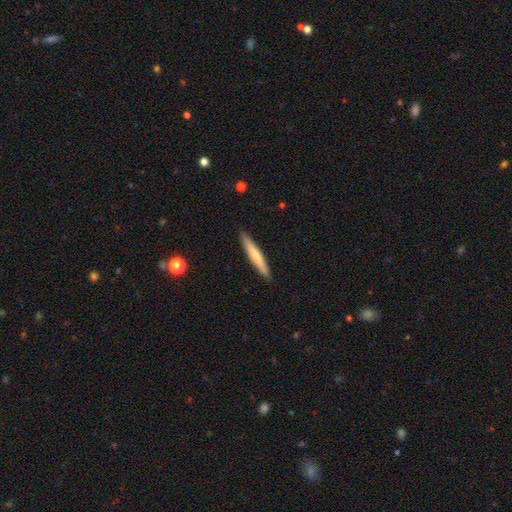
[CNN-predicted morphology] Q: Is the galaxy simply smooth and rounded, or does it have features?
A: smooth — 62%.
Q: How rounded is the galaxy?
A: cigar-shaped — 94%.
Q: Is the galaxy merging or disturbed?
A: none — 91%.